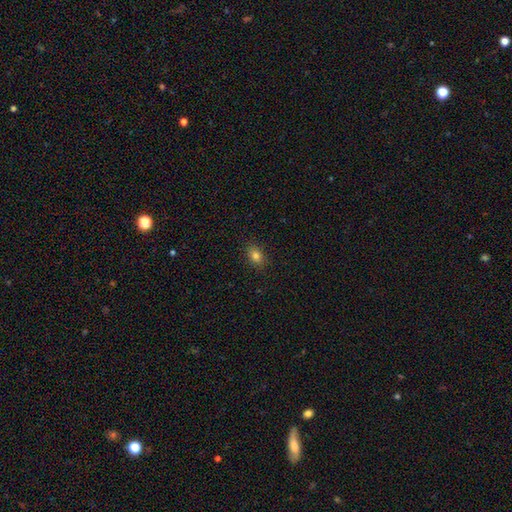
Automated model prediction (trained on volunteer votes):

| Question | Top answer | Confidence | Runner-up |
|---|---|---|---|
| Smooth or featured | smooth | 81% | star or artifact (11%) |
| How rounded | in between | 75% | round (23%) |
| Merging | none | 88% | minor disturbance (9%) |